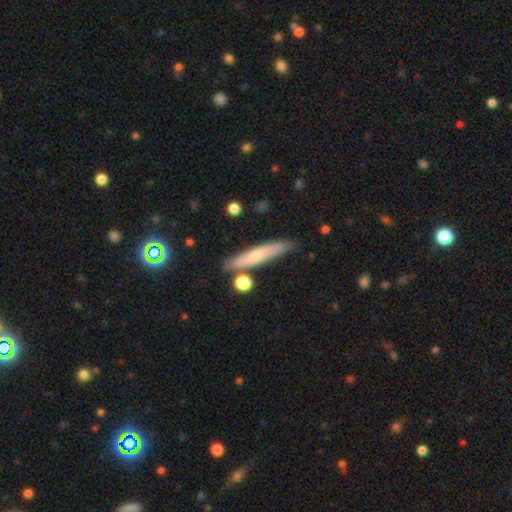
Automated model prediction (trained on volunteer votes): Q: Smooth or featured?
A: smooth (59%); runner-up: featured or disk (34%)
Q: How rounded?
A: cigar-shaped (88%); runner-up: in between (10%)
Q: Merging?
A: none (78%); runner-up: minor disturbance (13%)